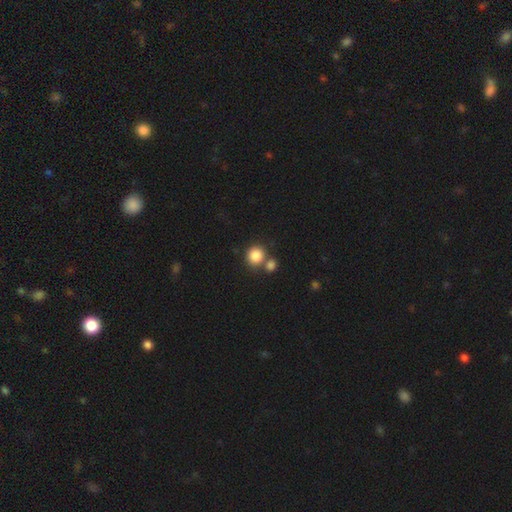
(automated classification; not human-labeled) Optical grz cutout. It shows a smooth galaxy with no disk features (86%) that is round (87%). Merging: none (58%).